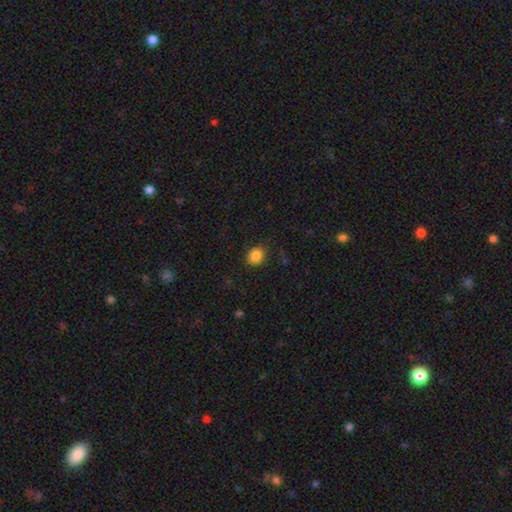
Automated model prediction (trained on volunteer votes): Smooth or featured? smooth (85%)
How rounded? round (63%)
Merging? none (85%)